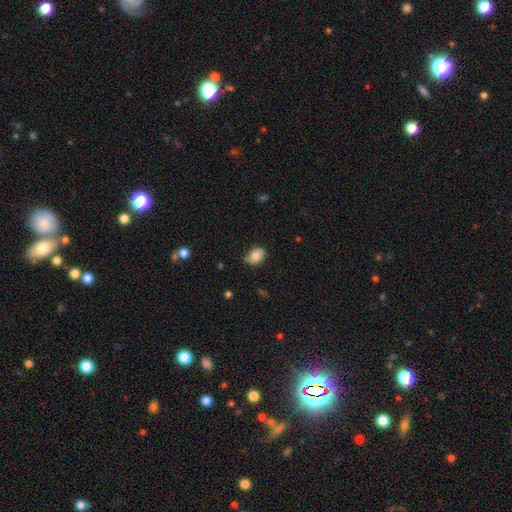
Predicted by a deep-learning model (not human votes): Smooth or featured: smooth — 80% (featured or disk — 12%)
How rounded: in between — 77% (round — 22%)
Merging: none — 62% (minor disturbance — 31%)